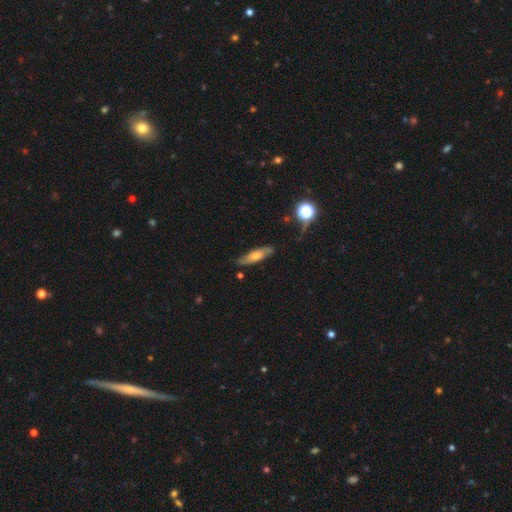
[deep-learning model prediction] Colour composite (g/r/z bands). It shows a smooth galaxy with no disk features (49%). Merging: none (76%).